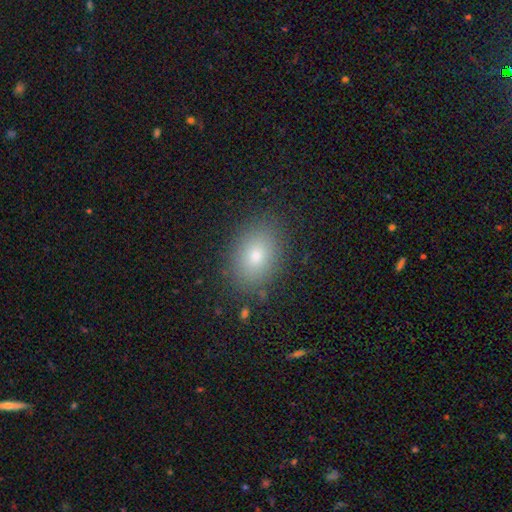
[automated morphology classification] type=smooth (77%); roundness=in between (77%); merging=none (86%).